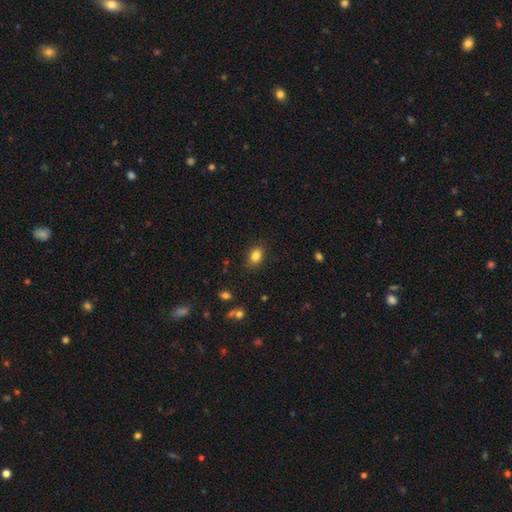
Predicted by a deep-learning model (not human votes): Smooth or featured: smooth — 84% (star or artifact — 10%)
How rounded: in between — 69% (round — 29%)
Merging: none — 86% (minor disturbance — 10%)